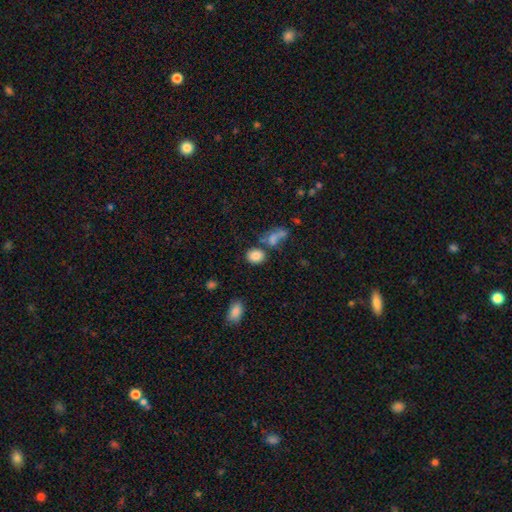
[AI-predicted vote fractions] The model was most divided on "how rounded": round: 52%, in between: 46%, cigar-shaped: 1%. More confident: smooth or featured — smooth (84%); merging — none (66%).